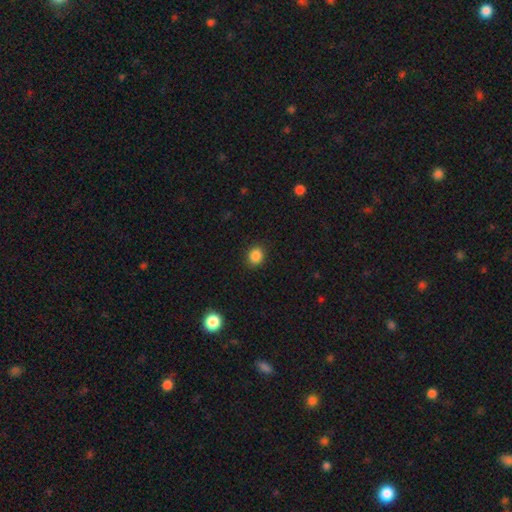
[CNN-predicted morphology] Smooth or featured: smooth — 86% (star or artifact — 10%)
How rounded: round — 65% (in between — 34%)
Merging: none — 89% (minor disturbance — 7%)